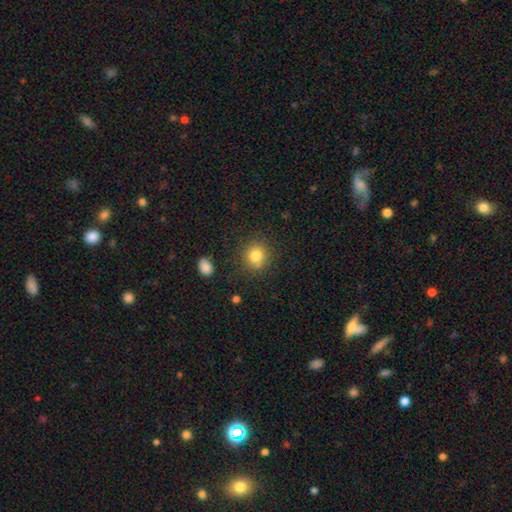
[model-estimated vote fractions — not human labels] smooth-or-featured: smooth: 82% | star or artifact: 11% | featured or disk: 7%
  how-rounded: round: 81% | in between: 18% | cigar-shaped: 1%
  merging: none: 81% | minor disturbance: 12% | major disturbance: 4% | merger: 3%